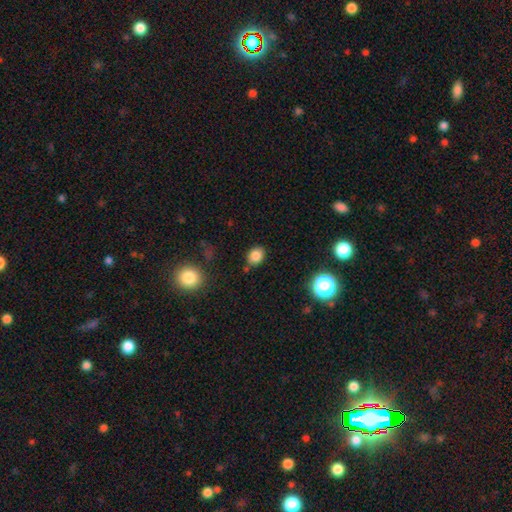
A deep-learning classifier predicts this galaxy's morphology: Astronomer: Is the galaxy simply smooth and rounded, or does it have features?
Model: smooth — 82%.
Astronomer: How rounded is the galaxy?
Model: in between — 51% (runner-up: round, 48%).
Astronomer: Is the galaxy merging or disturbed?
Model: none — 79%.